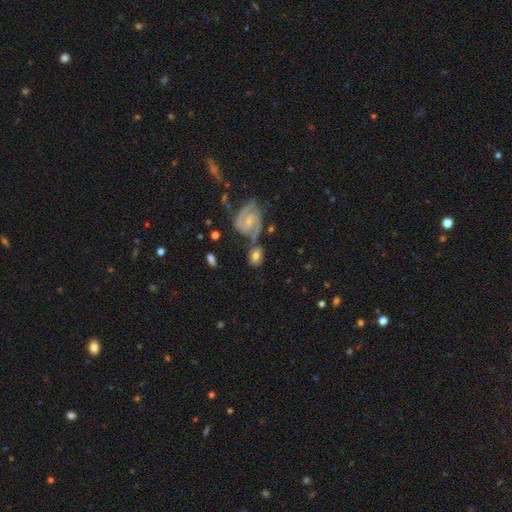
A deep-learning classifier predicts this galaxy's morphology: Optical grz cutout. It shows a smooth galaxy with no disk features (47%). Merging: none (55%).